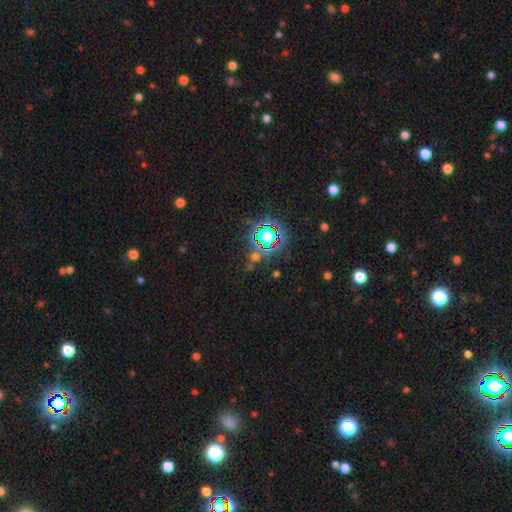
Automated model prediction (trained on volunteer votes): Morphology: type=star or artifact (73%).